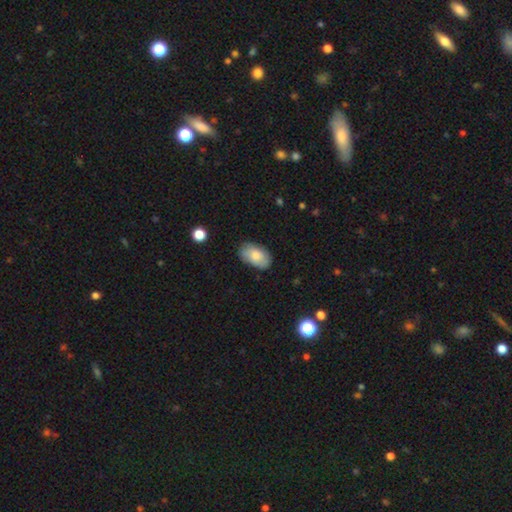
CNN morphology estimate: The model was most divided on "smooth or featured": smooth: 72%, featured or disk: 22%, star or artifact: 7%. More confident: how rounded — in between (92%); merging — none (78%).